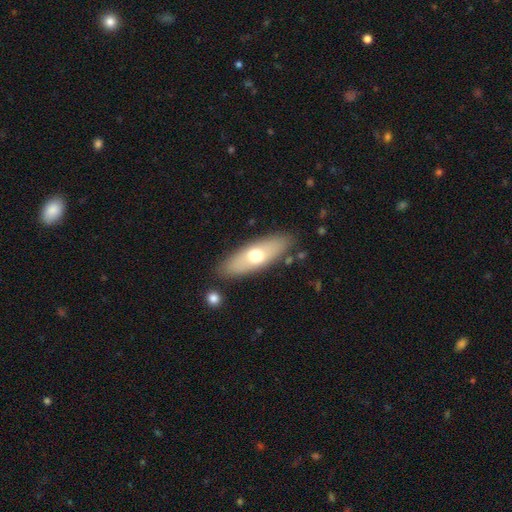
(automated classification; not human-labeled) smooth_or_featured: smooth (p=0.61) [alt: featured or disk p=0.33]
how_rounded: in between (p=0.63) [alt: cigar-shaped p=0.34]
merging: none (p=0.85) [alt: minor disturbance p=0.10]